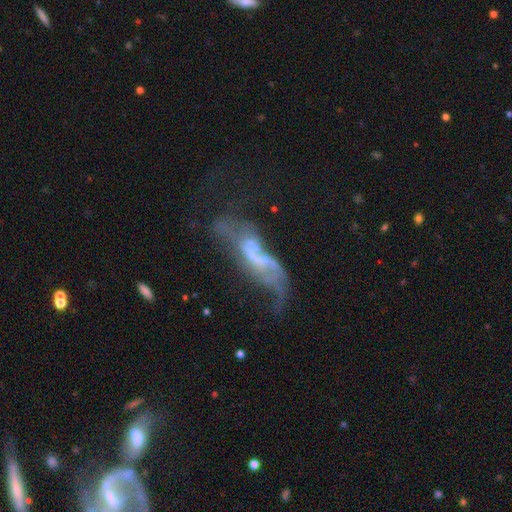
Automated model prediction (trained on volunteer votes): Overall: featured or disk (65%). Edge-on disk: no (84%). Bar: no (56%; weak 30%). Spiral arms: yes (52%; no 48%). Bulge size: none (46%; small 34%). Merging: major disturbance (41%; none 23%).